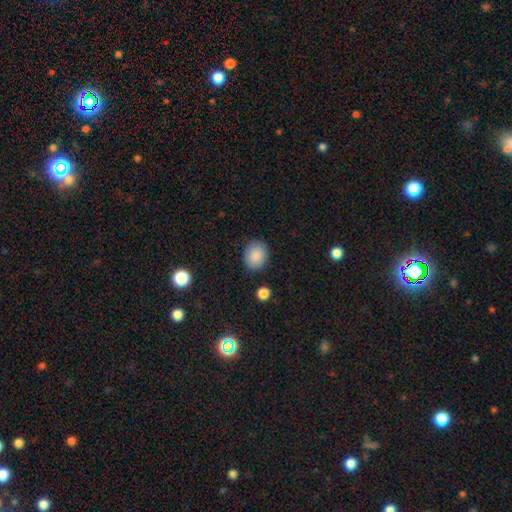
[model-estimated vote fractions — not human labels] This is clearly a smooth galaxy (87%). How rounded: possibly round (58%). Merging: clearly none (84%).